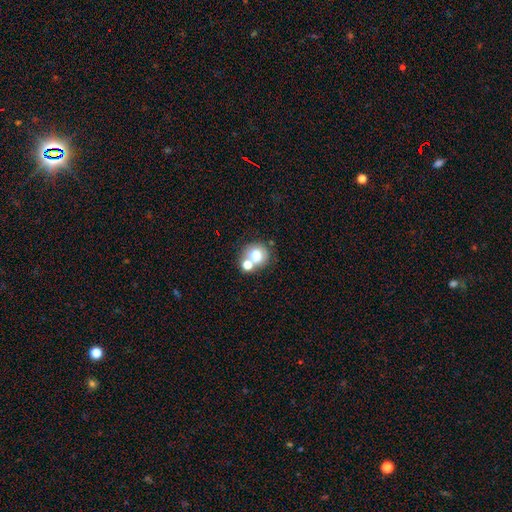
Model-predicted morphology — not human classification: The model was most divided on "merging": none: 46%, merger: 38%, minor disturbance: 10%, major disturbance: 5%. More confident: how rounded — round (78%); smooth or featured — smooth (72%).